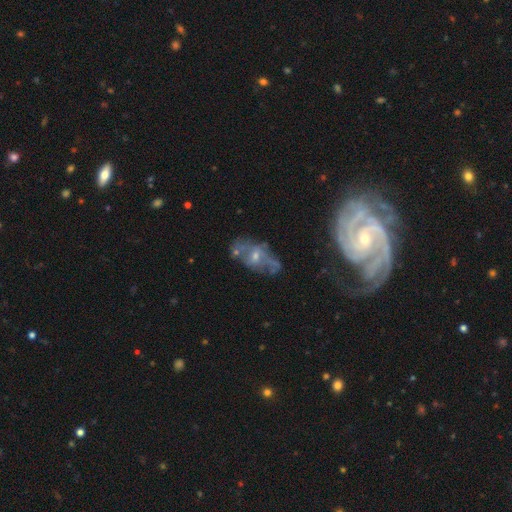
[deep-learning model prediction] smooth-or-featured: featured or disk: 68% | smooth: 20% | star or artifact: 12%
  disk-edge-on: no: 92% | yes: 8%
    bar: no: 64% | weak: 29% | strong: 7%
    has-spiral-arms: yes: 65% | no: 35%
    bulge-size: small: 56% | moderate: 35% | none: 6% | large: 2% | dominant: 1%
  merging: none: 47% | minor disturbance: 23% | major disturbance: 21% | merger: 10%